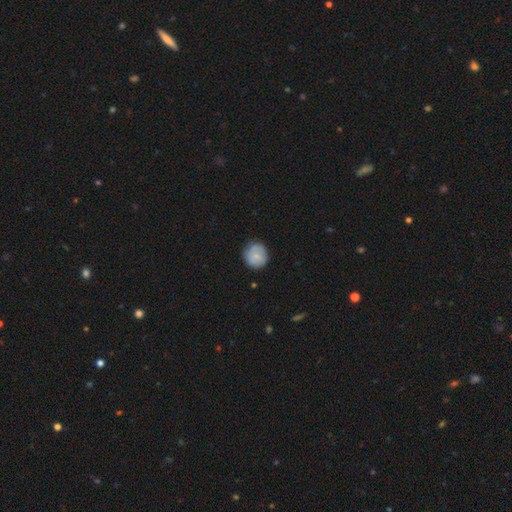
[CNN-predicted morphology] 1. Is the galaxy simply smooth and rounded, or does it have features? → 76% smooth, 17% featured or disk, 7% star or artifact.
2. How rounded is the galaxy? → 91% round, 8% in between, 1% cigar-shaped.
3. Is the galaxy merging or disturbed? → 83% none, 13% minor disturbance, 3% major disturbance, 1% merger.